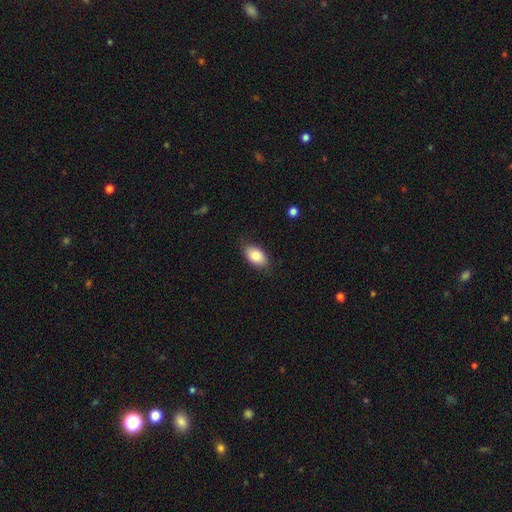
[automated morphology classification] This is clearly a smooth galaxy (83%). How rounded: clearly in between (91%). Merging: clearly none (80%).